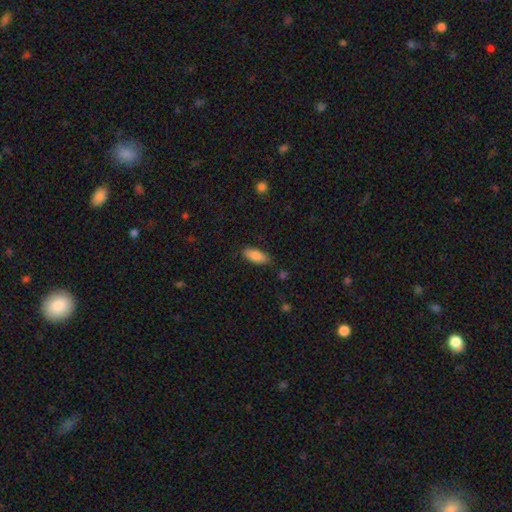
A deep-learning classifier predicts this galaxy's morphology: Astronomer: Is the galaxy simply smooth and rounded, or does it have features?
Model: smooth — 84%.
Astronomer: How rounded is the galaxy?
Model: in between — 79%.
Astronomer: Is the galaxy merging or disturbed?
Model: none — 84%.